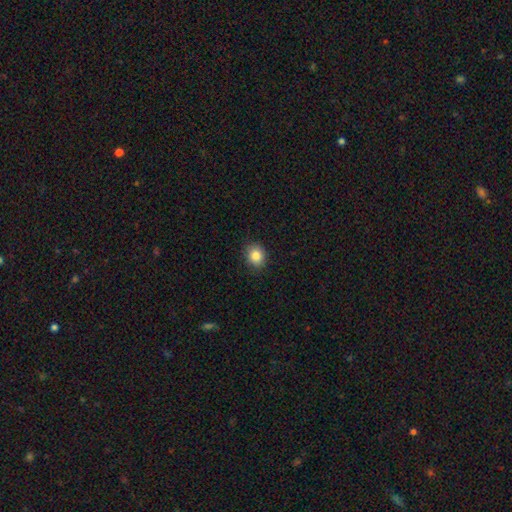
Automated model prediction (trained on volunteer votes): This is clearly a smooth galaxy (84%). How rounded: likely round (68%). Merging: clearly none (87%).